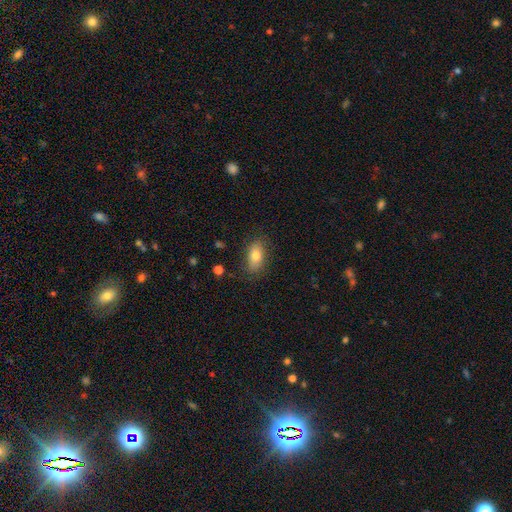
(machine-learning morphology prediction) Overall: smooth (77%). How rounded: in between (87%). Merging: none (81%).